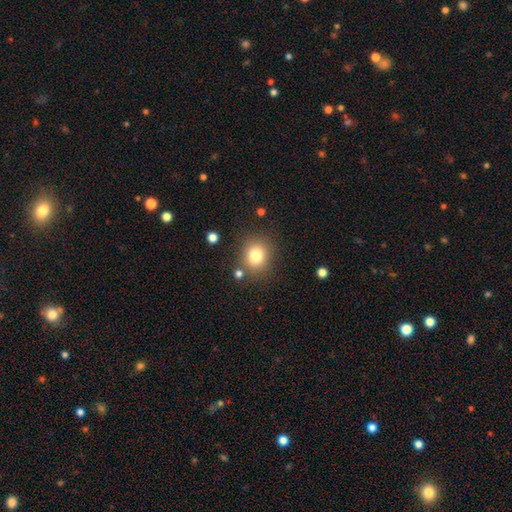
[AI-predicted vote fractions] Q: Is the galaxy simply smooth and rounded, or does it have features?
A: smooth — 79%.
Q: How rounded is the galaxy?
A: round — 79%.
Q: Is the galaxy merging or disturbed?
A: none — 81%.